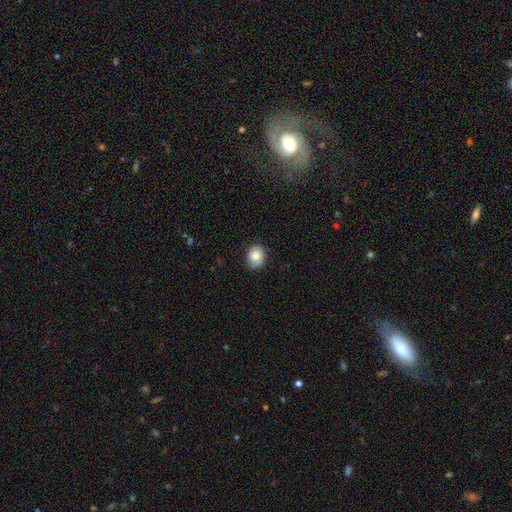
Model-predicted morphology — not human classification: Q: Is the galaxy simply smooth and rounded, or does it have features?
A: smooth — 83%.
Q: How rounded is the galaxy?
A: in between — 55%.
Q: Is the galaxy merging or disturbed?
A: none — 80%.